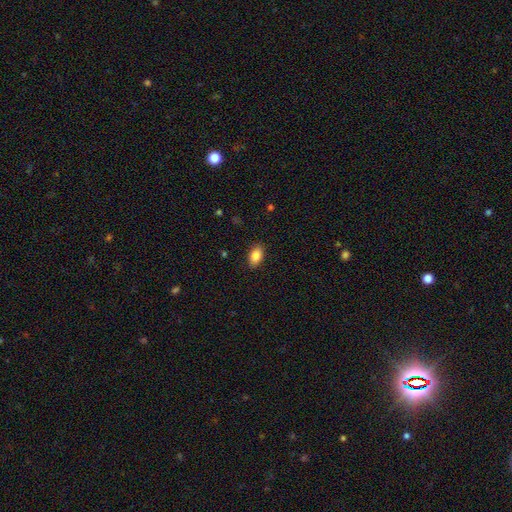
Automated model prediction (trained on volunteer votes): Smooth or featured? smooth (86%)
How rounded? in between (89%)
Merging? none (88%)